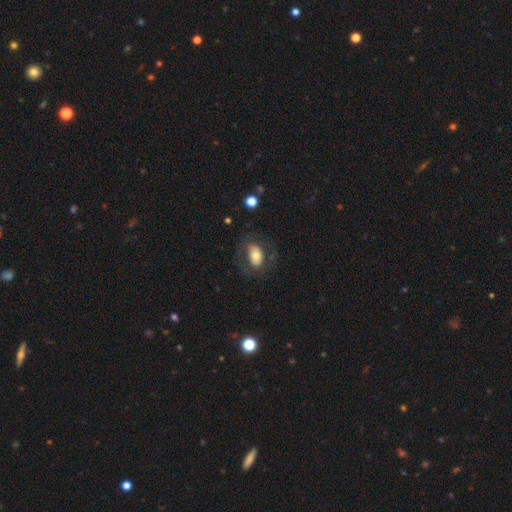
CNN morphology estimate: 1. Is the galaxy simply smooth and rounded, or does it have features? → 60% smooth, 32% featured or disk, 8% star or artifact.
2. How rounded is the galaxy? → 85% in between, 14% round, 2% cigar-shaped.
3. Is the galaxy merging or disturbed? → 68% none, 15% minor disturbance, 15% major disturbance, 2% merger.